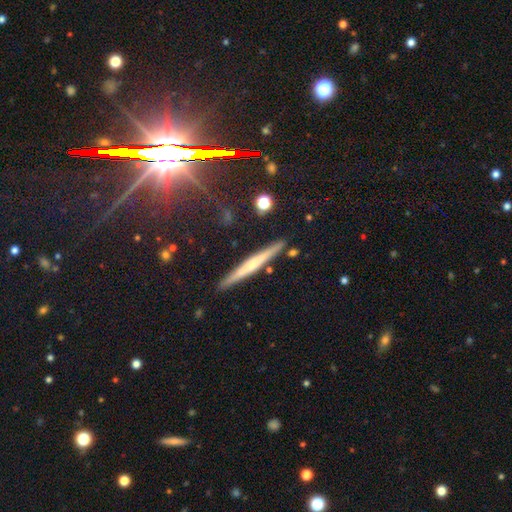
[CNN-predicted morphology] Smooth or featured: featured or disk — 54% (smooth — 39%)
Edge-on disk: yes — 97% (no — 3%)
Edge-on bulge: none — 44% (rounded — 43%)
Merging: none — 87% (minor disturbance — 8%)